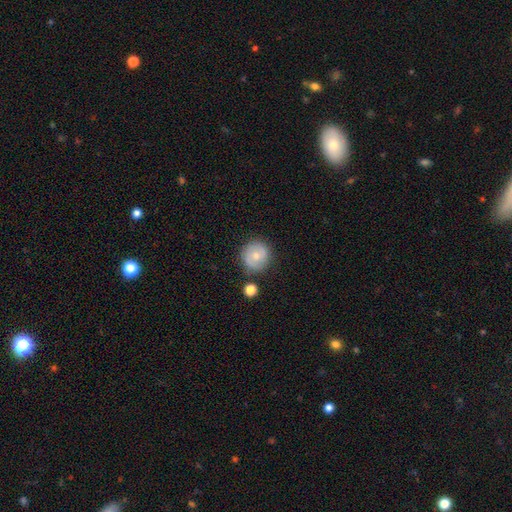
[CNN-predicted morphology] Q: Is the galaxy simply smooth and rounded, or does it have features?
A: smooth — 57%.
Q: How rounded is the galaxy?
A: round — 91%.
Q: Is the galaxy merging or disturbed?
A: none — 79%.